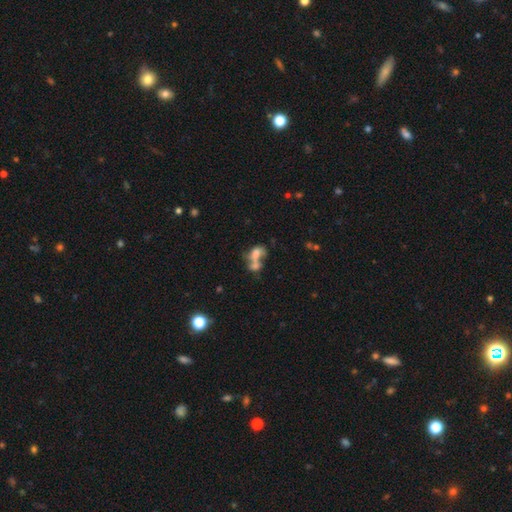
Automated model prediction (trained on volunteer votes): Smooth or featured: smooth — 64% (featured or disk — 24%)
How rounded: in between — 75% (round — 22%)
Merging: merger — 67% (none — 17%)